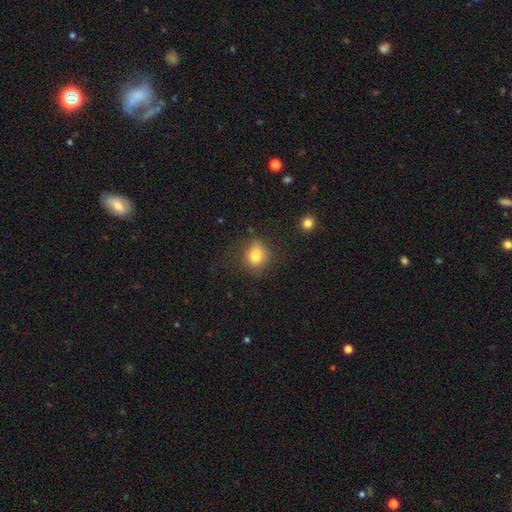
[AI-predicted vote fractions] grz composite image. It shows a smooth galaxy with no disk features (79%) that is round (74%). Merging: none (70%).